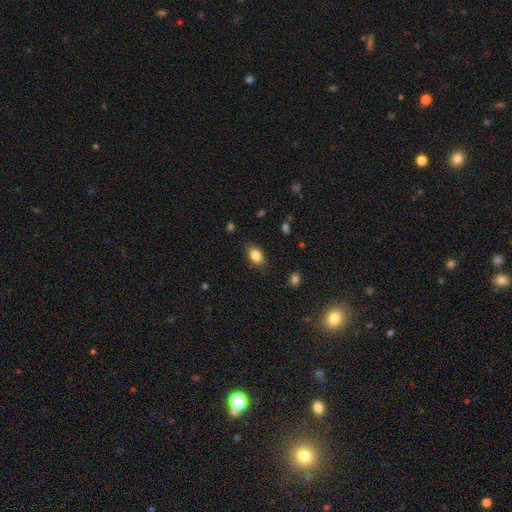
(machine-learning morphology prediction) This is clearly a smooth galaxy (84%). How rounded: clearly in between (84%). Merging: clearly none (84%).